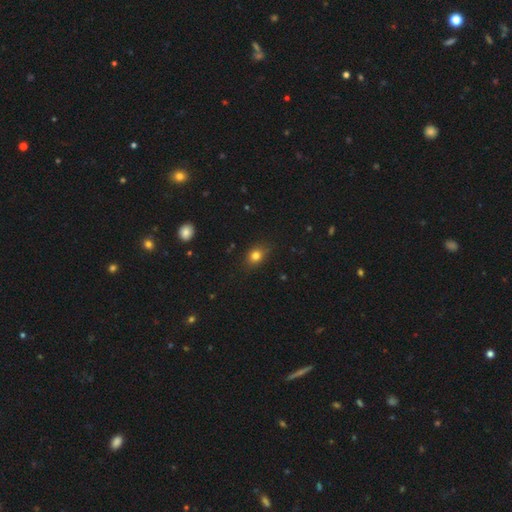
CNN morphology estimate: This appears to be a smooth galaxy with no disk features (80%) that is in between round and cigar-shaped (56%). Merging: none (81%).